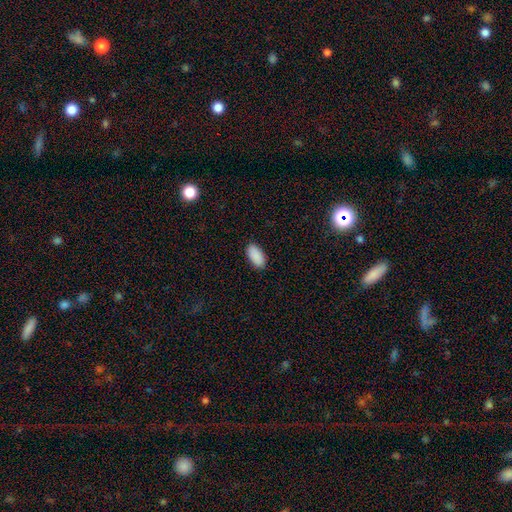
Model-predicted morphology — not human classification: A smooth galaxy with no disk features (91%) that is in between round and cigar-shaped (94%).

Vote fractions:
- Smooth or featured? smooth: 91% / star or artifact: 7% / featured or disk: 3%
- How rounded? in between: 94% / cigar-shaped: 3% / round: 2%
- Merging? none: 89% / minor disturbance: 8% / major disturbance: 2% / merger: 1%